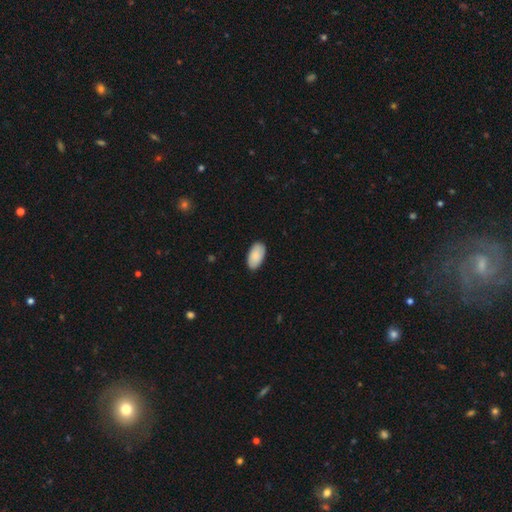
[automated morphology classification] Smooth or featured?
  - smooth: 87% *
  - featured or disk: 8%
  - star or artifact: 6%
How rounded?
  - in between: 96% *
  - round: 2%
  - cigar-shaped: 2%
Merging?
  - none: 87% *
  - minor disturbance: 10%
  - major disturbance: 2%
  - merger: 1%